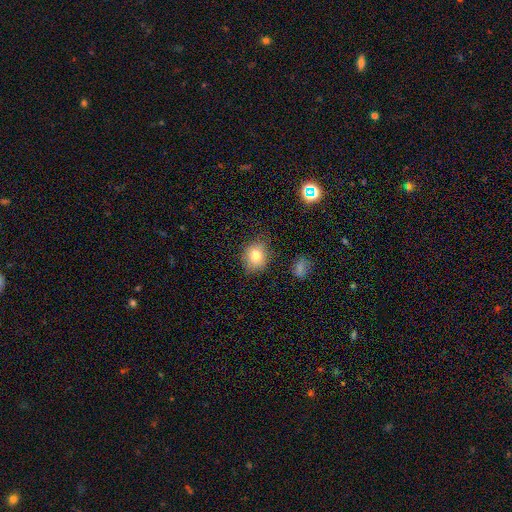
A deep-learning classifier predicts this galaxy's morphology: Smooth or featured? Predicted: smooth (p=0.78). How rounded? Predicted: round (p=0.64). Merging? Predicted: none (p=0.80).